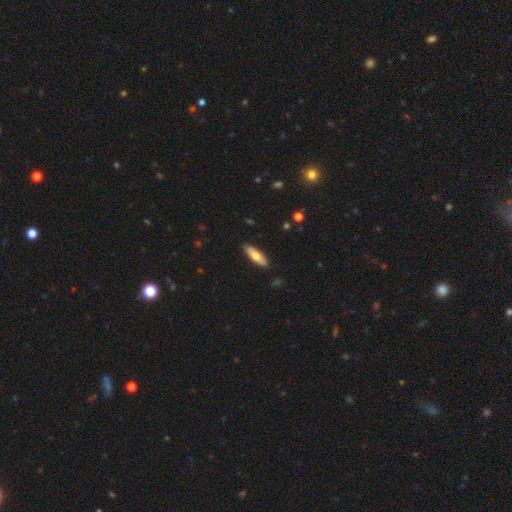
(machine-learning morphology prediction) smooth-or-featured: smooth: 70% | featured or disk: 24% | star or artifact: 5%
  how-rounded: in between: 55% | cigar-shaped: 43% | round: 2%
  merging: none: 89% | minor disturbance: 8% | major disturbance: 2% | merger: 1%